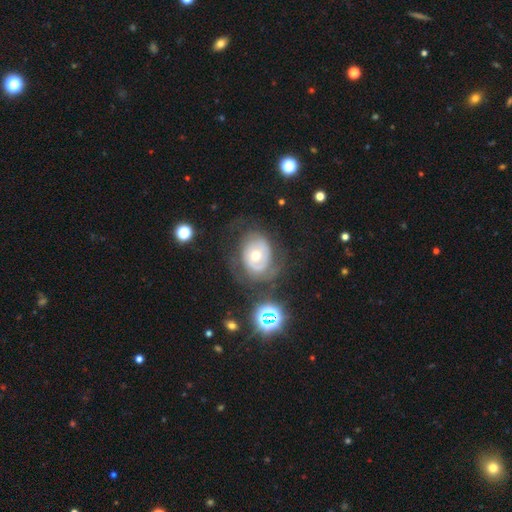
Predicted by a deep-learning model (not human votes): This is likely a featured or disk galaxy (62%). It is clearly not viewed edge-on (96%). Bar: likely no (78%). Spiral arm pattern: possibly yes (60%). Central bulge: likely moderate (68%). Merging: possibly none (54%).